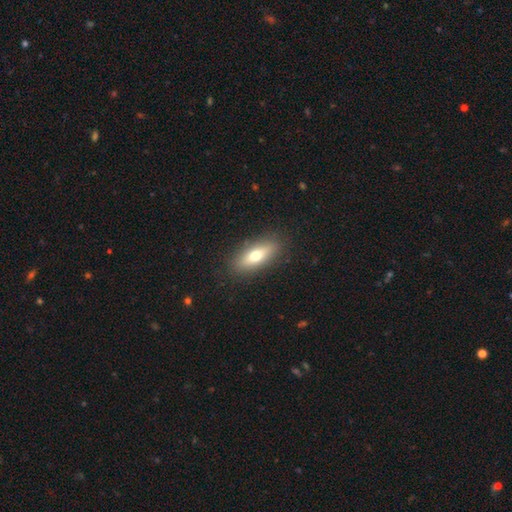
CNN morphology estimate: Smooth or featured? Predicted: smooth (p=0.66). How rounded? Predicted: in between (p=0.67). Merging? Predicted: none (p=0.87).